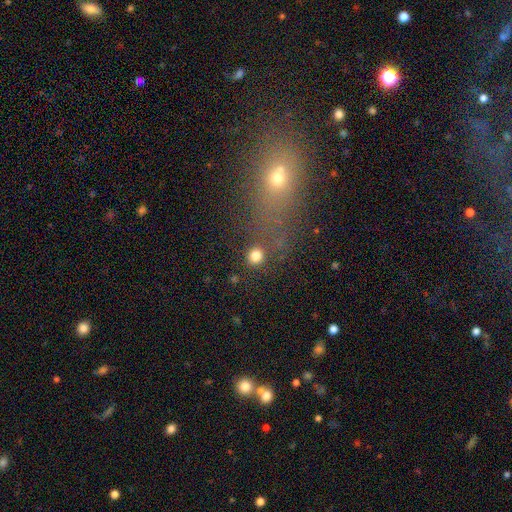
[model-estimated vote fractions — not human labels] smooth-or-featured: smooth: 81% | star or artifact: 14% | featured or disk: 5%
  how-rounded: round: 90% | in between: 9% | cigar-shaped: 1%
  merging: none: 80% | minor disturbance: 8% | merger: 8% | major disturbance: 4%